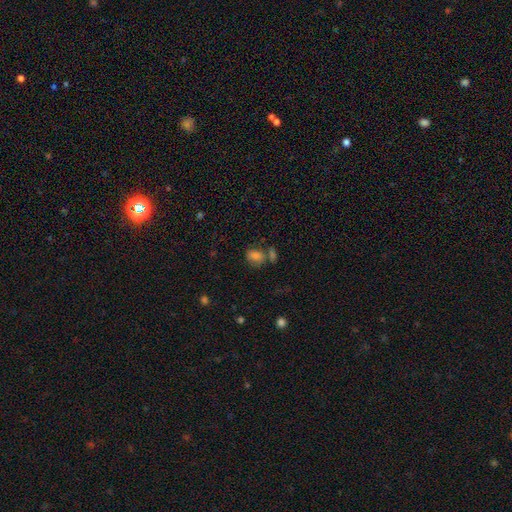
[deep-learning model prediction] smooth_or_featured: smooth (p=0.75) [alt: star or artifact p=0.13]
how_rounded: in between (p=0.67) [alt: round p=0.31]
merging: none (p=0.50) [alt: merger p=0.25]